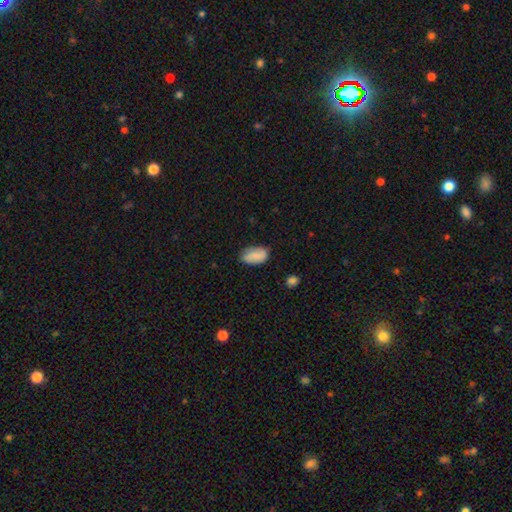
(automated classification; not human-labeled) Smooth or featured? smooth (81%)
How rounded? in between (93%)
Merging? none (68%)